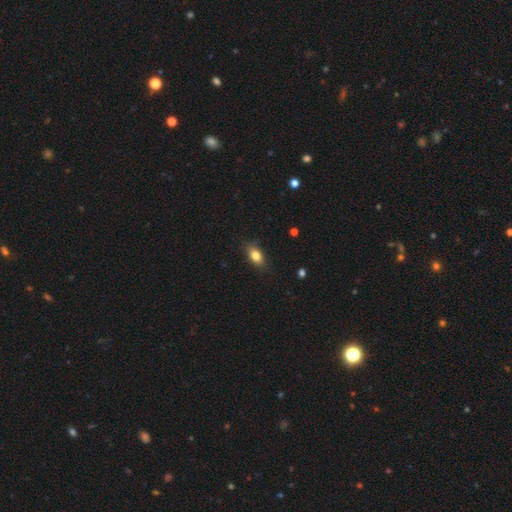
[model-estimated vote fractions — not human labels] Q: Smooth or featured?
A: smooth (81%); runner-up: featured or disk (10%)
Q: How rounded?
A: in between (80%); runner-up: round (15%)
Q: Merging?
A: none (80%); runner-up: minor disturbance (15%)